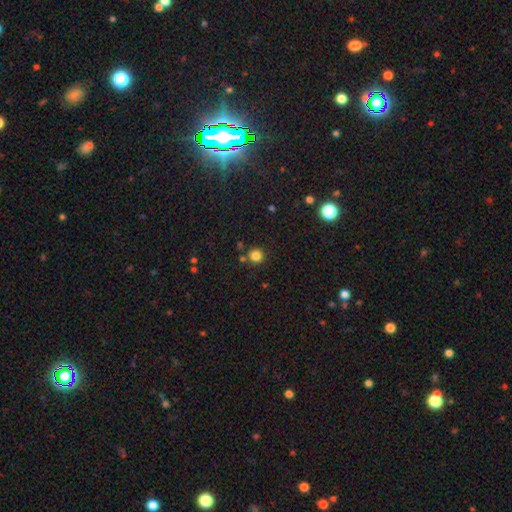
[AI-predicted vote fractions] Morphology: type=smooth (83%); roundness=round (93%); merging=none (82%).